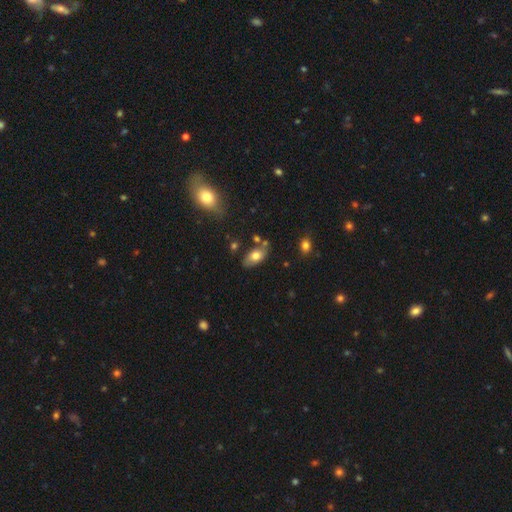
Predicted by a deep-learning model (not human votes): Smooth or featured: smooth — 70% (featured or disk — 22%)
How rounded: in between — 91% (round — 5%)
Merging: none — 70% (minor disturbance — 18%)